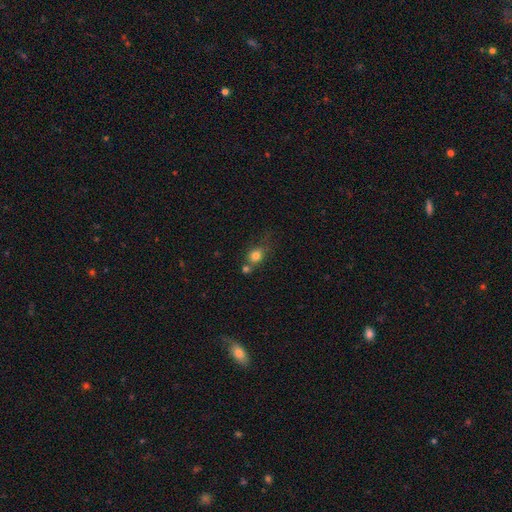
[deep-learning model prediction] Smooth or featured? smooth (79%)
How rounded? round (66%)
Merging? none (43%)